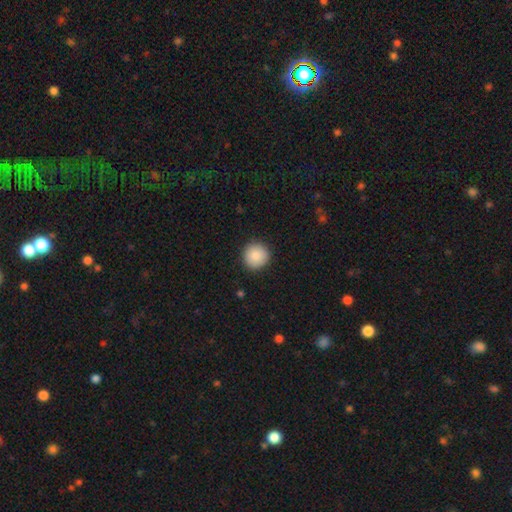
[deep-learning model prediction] The model was most divided on "smooth or featured": smooth: 86%, star or artifact: 8%, featured or disk: 6%. More confident: how rounded — round (94%); merging — none (91%).